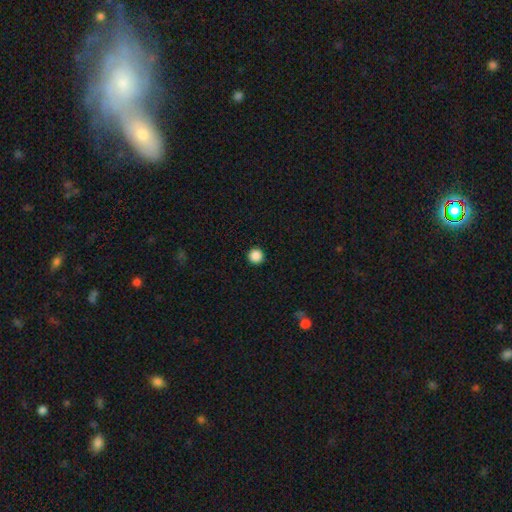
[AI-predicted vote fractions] This is clearly a smooth galaxy (88%). How rounded: clearly round (97%). Merging: clearly none (94%).